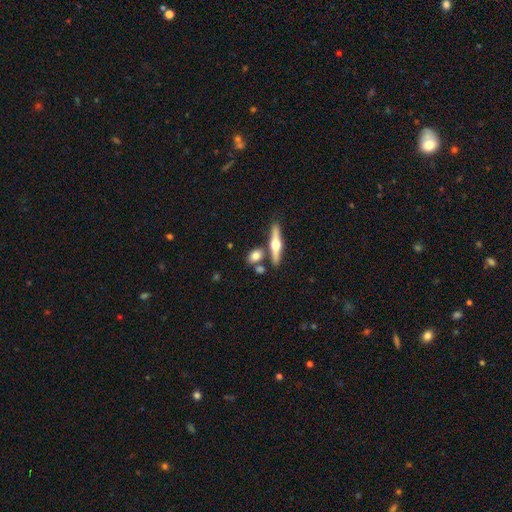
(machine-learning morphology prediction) Smooth or featured: smooth — 55% (featured or disk — 38%)
How rounded: in between — 48% (round — 27%)
Merging: none — 69% (merger — 17%)